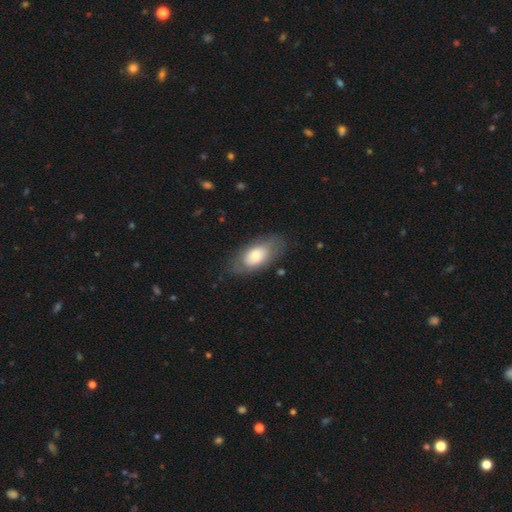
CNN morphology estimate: smooth-or-featured: smooth: 70% | featured or disk: 24% | star or artifact: 6%
  how-rounded: in between: 90% | cigar-shaped: 5% | round: 5%
  merging: none: 74% | minor disturbance: 18% | major disturbance: 7% | merger: 1%